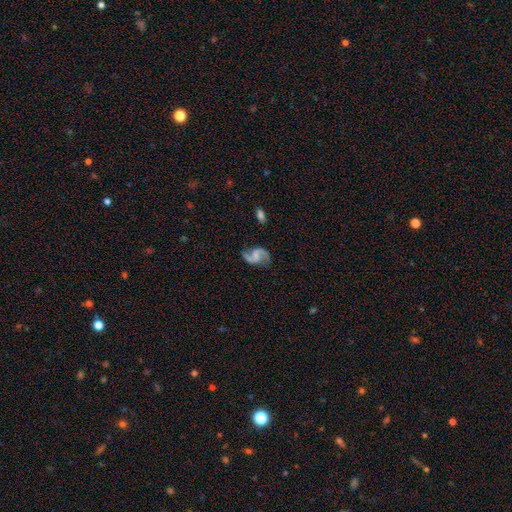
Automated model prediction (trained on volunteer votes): smooth_or_featured: featured or disk (p=0.87) [alt: smooth p=0.08]
disk_edge_on: no (p=0.98) [alt: yes p=0.02]
bar: no (p=0.43) [tied with: weak p=0.43]
has_spiral_arms: yes (p=0.97) [alt: no p=0.03]
spiral_winding: loose (p=0.60) [alt: medium p=0.33]
spiral_arm_count: 2 (p=0.93) [alt: 1 p=0.02]
bulge_size: none (p=0.53) [alt: small p=0.26]
merging: none (p=0.76) [alt: minor disturbance p=0.15]